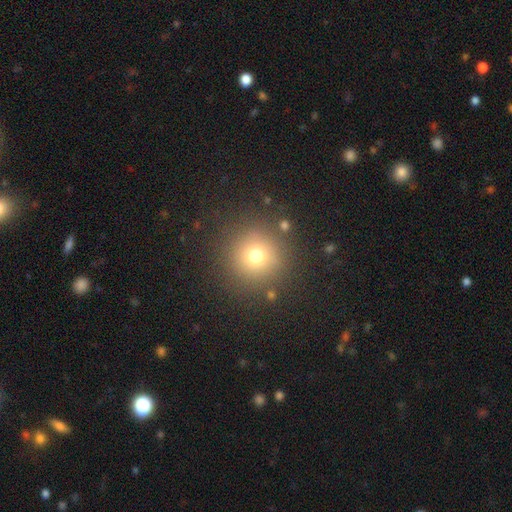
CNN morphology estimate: Smooth or featured: smooth — 72% (star or artifact — 17%)
How rounded: round — 95% (in between — 4%)
Merging: none — 86% (minor disturbance — 7%)